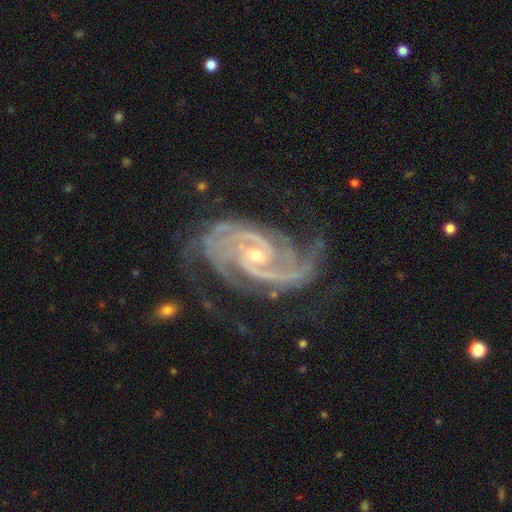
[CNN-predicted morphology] This appears to be a featured or disk galaxy (94%) with no bar (52%), 2 (50%) tight (52%) spiral arms (99%) and a small central bulge (63%). Merging: none (63%).